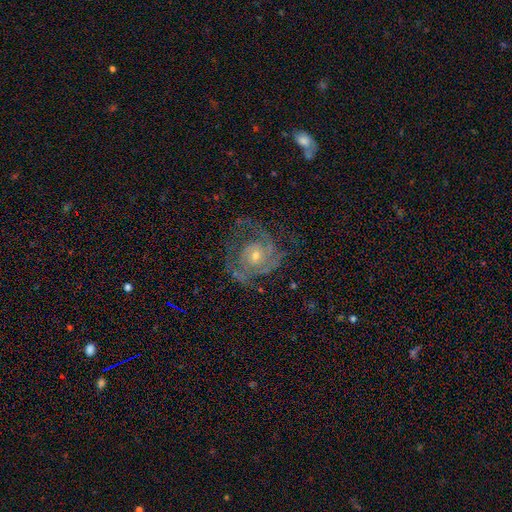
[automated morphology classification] Smooth or featured? Predicted: featured or disk (p=0.84). Edge-on disk? Predicted: no (p=0.98). Bar? Predicted: no (p=0.73). Spiral arms? Predicted: yes (p=0.93). Spiral winding? Predicted: tight (p=0.52). Spiral arm count? Predicted: 2 (p=0.40). Bulge size? Predicted: small (p=0.53). Merging? Predicted: none (p=0.62).